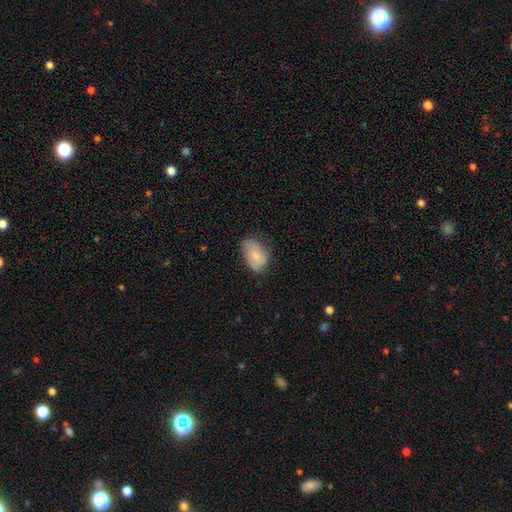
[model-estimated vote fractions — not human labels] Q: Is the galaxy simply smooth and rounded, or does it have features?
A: smooth — 76%.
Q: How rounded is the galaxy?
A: in between — 88%.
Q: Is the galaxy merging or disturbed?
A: none — 58%.